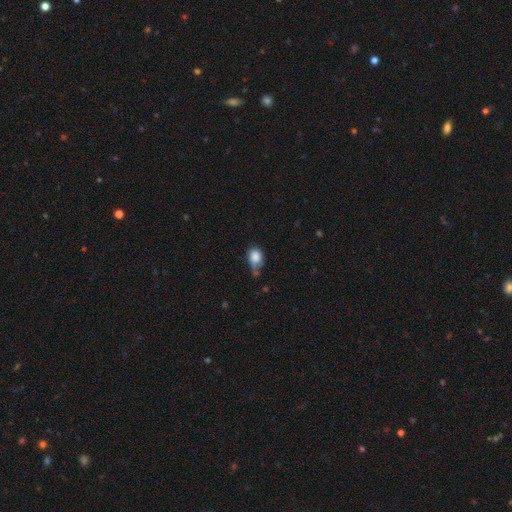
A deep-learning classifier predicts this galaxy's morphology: smooth_or_featured: smooth (p=0.81) [alt: featured or disk p=0.10]
how_rounded: in between (p=0.61) [alt: round p=0.37]
merging: minor disturbance (p=0.37) [alt: none p=0.31]